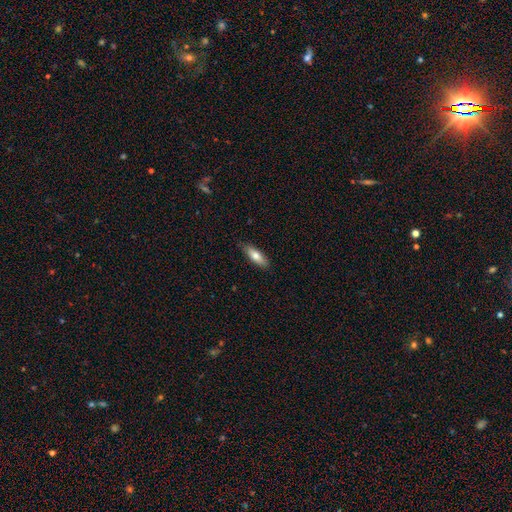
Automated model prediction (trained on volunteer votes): Smooth or featured? Predicted: smooth (p=0.73). How rounded? Predicted: in between (p=0.55). Merging? Predicted: none (p=0.86).